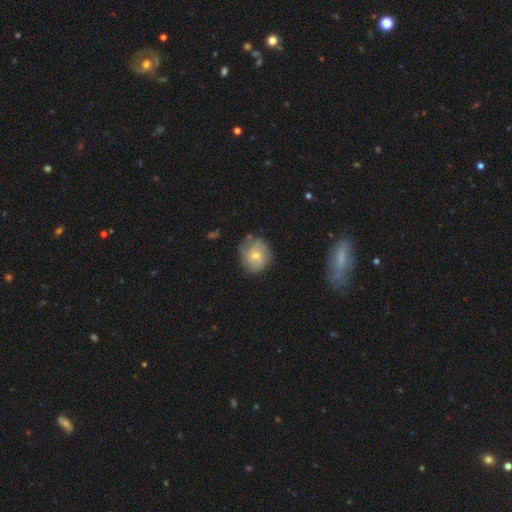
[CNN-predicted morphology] Smooth or featured? Predicted: smooth (p=0.47). Merging? Predicted: none (p=0.66).